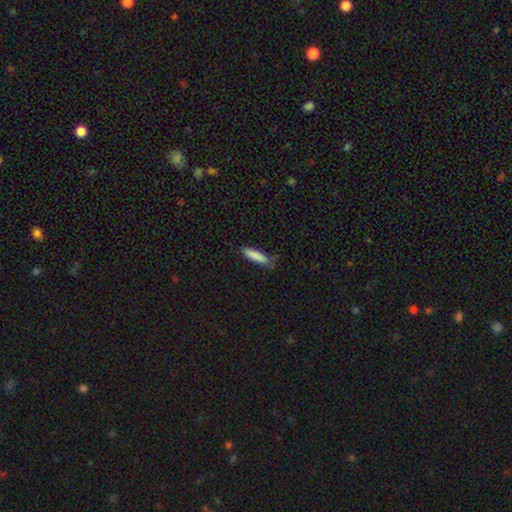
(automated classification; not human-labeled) smooth 86%, featured or disk 8%, star or artifact 6%. Down the decision tree: how rounded — cigar-shaped (75%); merging — none (71%).